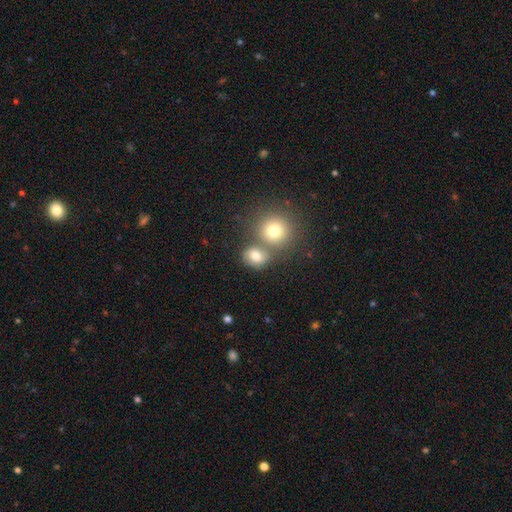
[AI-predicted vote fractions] Morphology: type=smooth (73%); roundness=round (66%); merging=none (52%).